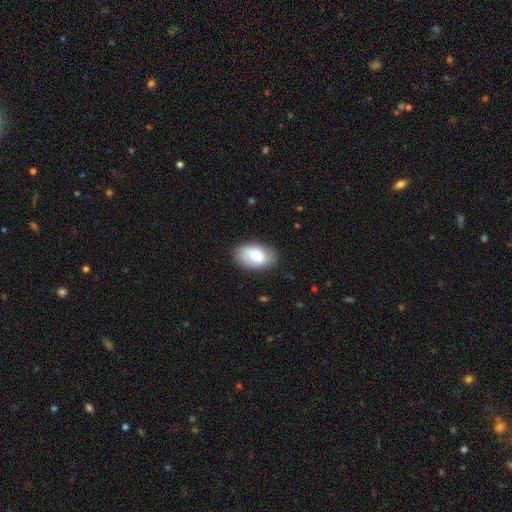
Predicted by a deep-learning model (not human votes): A smooth galaxy with no disk features (72%) that is in between round and cigar-shaped (92%). Merging: none (80%).